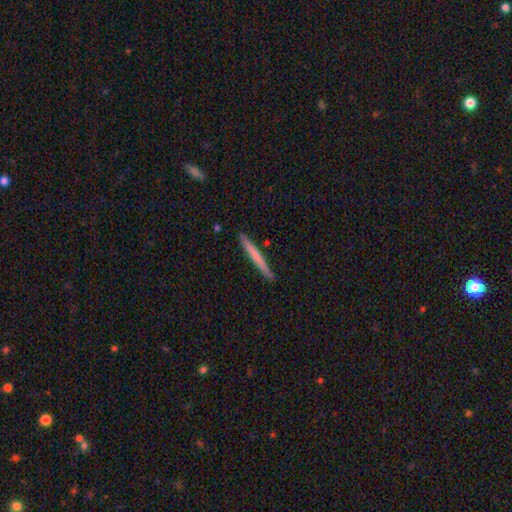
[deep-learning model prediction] Q: Smooth or featured?
A: smooth (61%); runner-up: featured or disk (34%)
Q: How rounded?
A: cigar-shaped (97%); runner-up: in between (2%)
Q: Merging?
A: none (90%); runner-up: minor disturbance (7%)